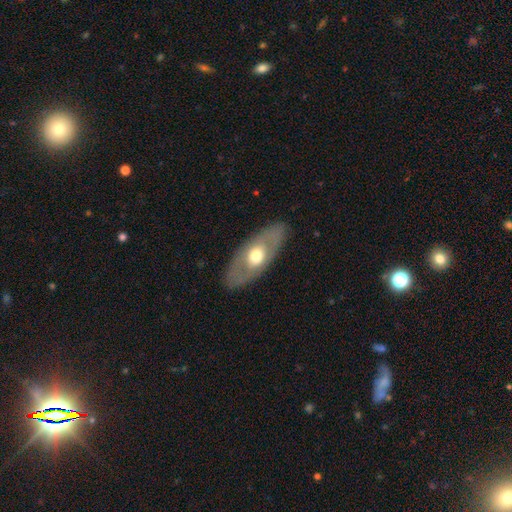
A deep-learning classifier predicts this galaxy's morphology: Smooth or featured?
  - featured or disk: 49% *
  - smooth: 46%
  - star or artifact: 5%
Merging?
  - none: 85% *
  - minor disturbance: 10%
  - major disturbance: 4%
  - merger: 1%